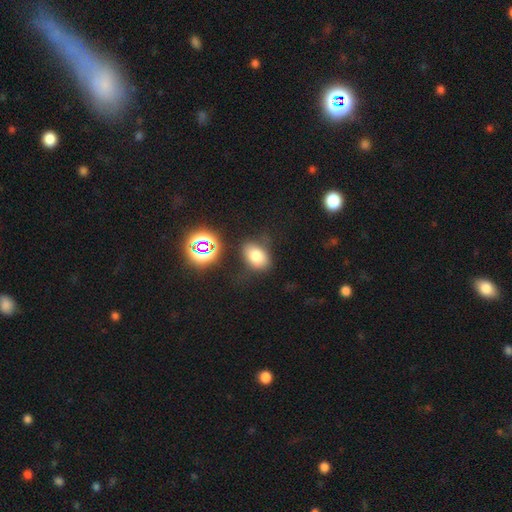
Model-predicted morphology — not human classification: Smooth or featured?
  - smooth: 72% *
  - star or artifact: 17%
  - featured or disk: 11%
How rounded?
  - in between: 81% *
  - round: 18%
  - cigar-shaped: 1%
Merging?
  - none: 71% *
  - minor disturbance: 18%
  - major disturbance: 7%
  - merger: 5%